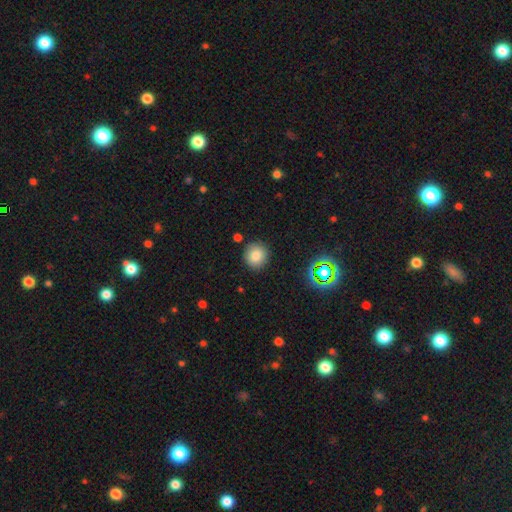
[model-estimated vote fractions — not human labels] A smooth galaxy with no disk features (81%) that is round (90%). Merging: none (87%).